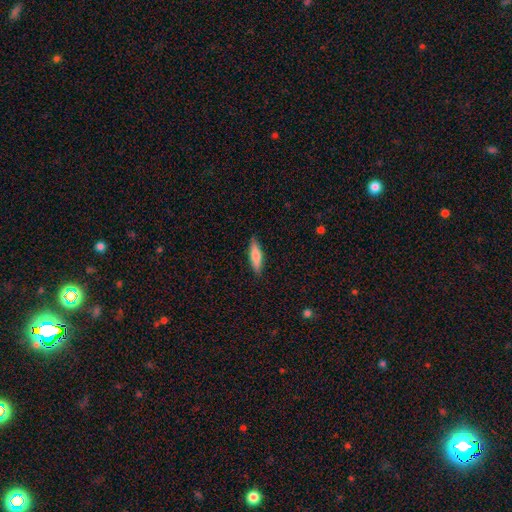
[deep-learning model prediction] A smooth galaxy with no disk features (73%) that is cigar-shaped (70%). Merging: none (89%).